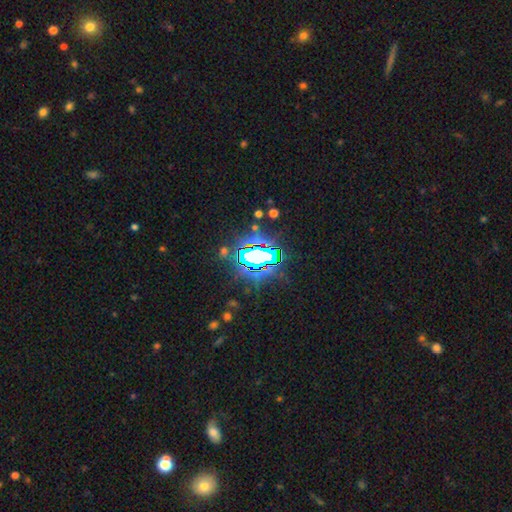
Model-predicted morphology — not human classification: A star or artifact, not a galaxy (73%).